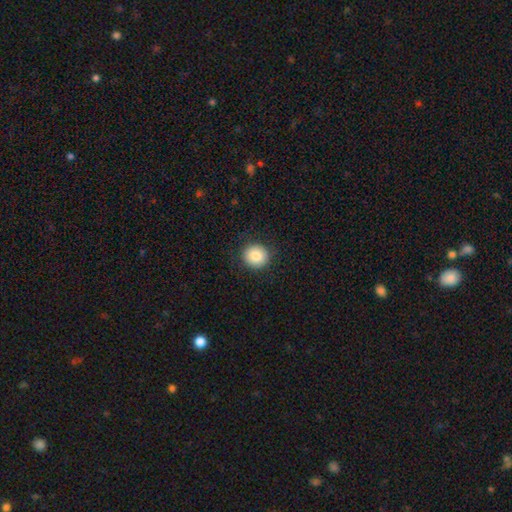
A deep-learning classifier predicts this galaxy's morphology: Smooth or featured? smooth (84%)
How rounded? round (89%)
Merging? none (89%)